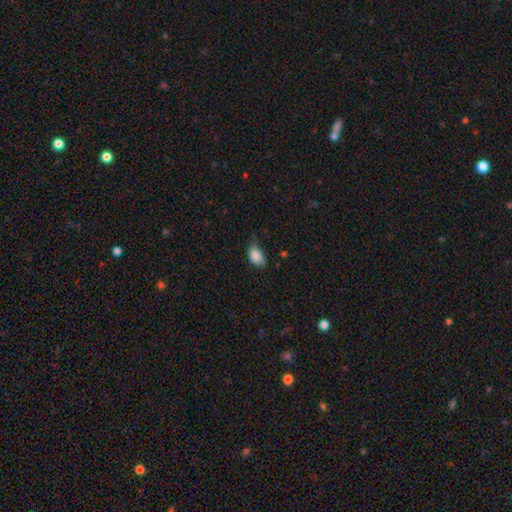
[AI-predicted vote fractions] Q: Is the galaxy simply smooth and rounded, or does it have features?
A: smooth — 86%.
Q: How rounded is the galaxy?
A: in between — 87%.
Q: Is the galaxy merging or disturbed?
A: none — 46%.